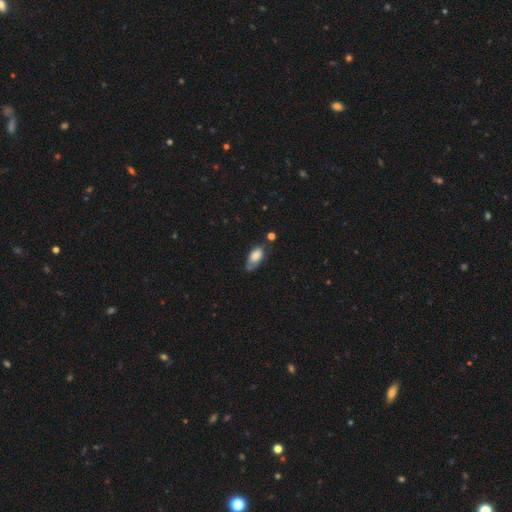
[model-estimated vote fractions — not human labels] smooth_or_featured: smooth (p=0.75) [alt: featured or disk p=0.17]
how_rounded: in between (p=0.89) [alt: cigar-shaped p=0.08]
merging: none (p=0.45) [alt: minor disturbance p=0.37]